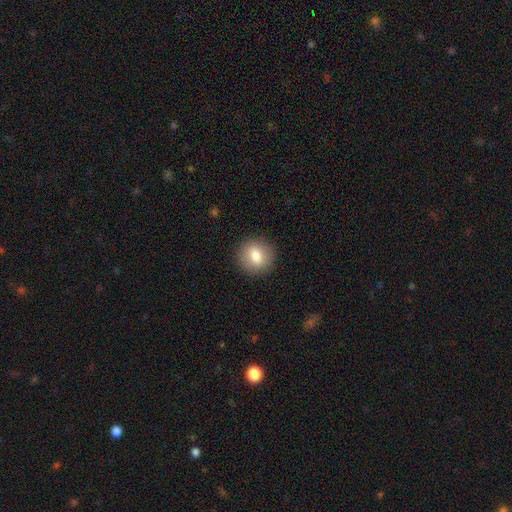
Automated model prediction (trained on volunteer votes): Q: Smooth or featured?
A: smooth (79%); runner-up: featured or disk (12%)
Q: How rounded?
A: round (86%); runner-up: in between (13%)
Q: Merging?
A: none (90%); runner-up: minor disturbance (6%)